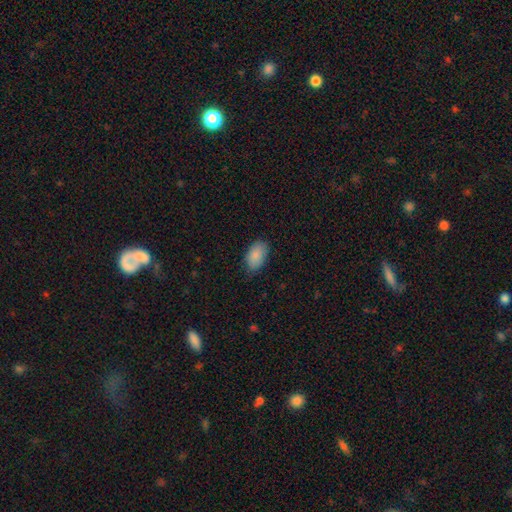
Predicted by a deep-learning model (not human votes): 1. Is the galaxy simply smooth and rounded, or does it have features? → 87% smooth, 7% star or artifact, 6% featured or disk.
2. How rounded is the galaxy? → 92% in between, 6% round, 1% cigar-shaped.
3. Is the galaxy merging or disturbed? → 81% none, 15% minor disturbance, 3% major disturbance, 1% merger.